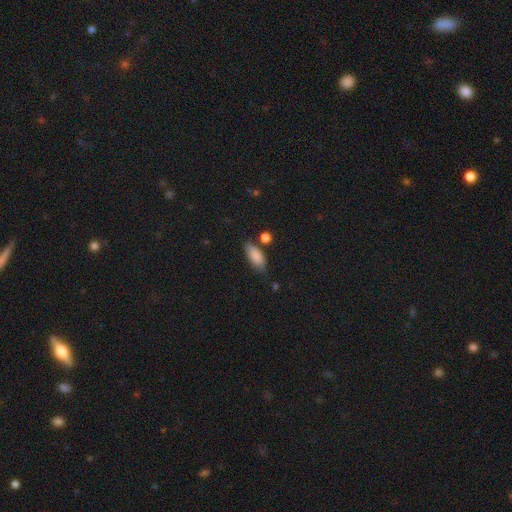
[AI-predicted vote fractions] The model was most divided on "merging": none: 69%, minor disturbance: 20%, merger: 6%, major disturbance: 5%. More confident: smooth or featured — smooth (86%); how rounded — in between (82%).